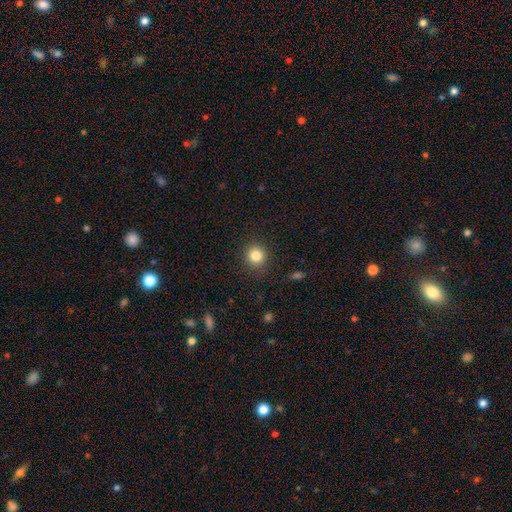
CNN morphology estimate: type=smooth (84%); roundness=round (90%); merging=none (89%).